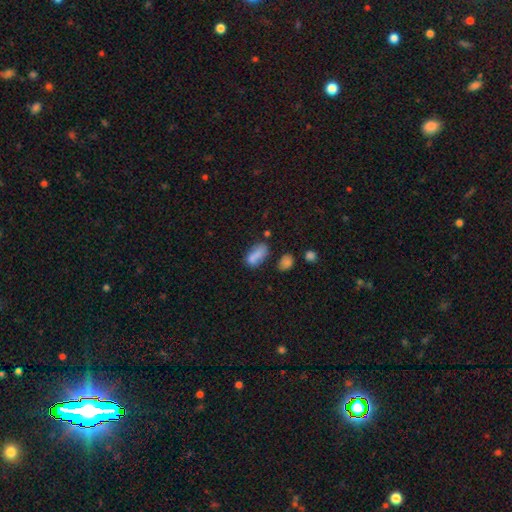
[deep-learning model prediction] smooth 77%, featured or disk 12%, star or artifact 11%. Down the decision tree: how rounded — in between (84%); merging — none (44%).